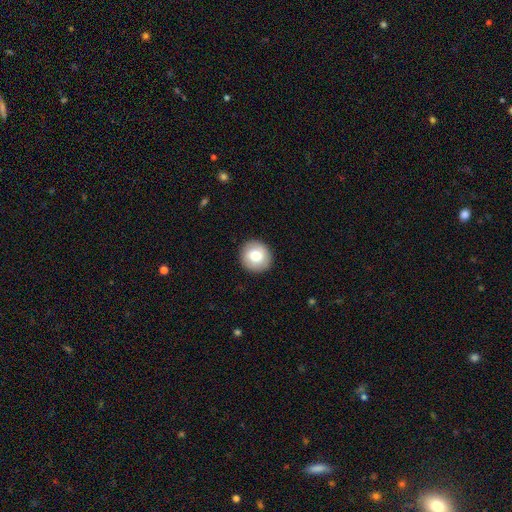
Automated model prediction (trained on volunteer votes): smooth-or-featured: smooth: 77% | featured or disk: 15% | star or artifact: 8%
  how-rounded: round: 93% | in between: 6% | cigar-shaped: 1%
  merging: none: 92% | minor disturbance: 5% | major disturbance: 2% | merger: 1%